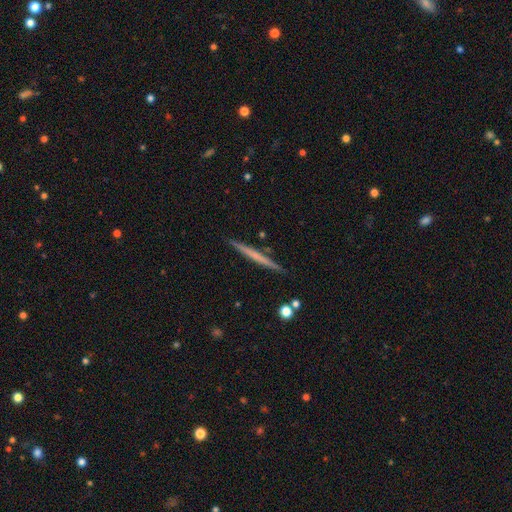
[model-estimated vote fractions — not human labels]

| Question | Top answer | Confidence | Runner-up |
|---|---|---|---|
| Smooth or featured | featured or disk | 49% | smooth (45%) |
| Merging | none | 90% | minor disturbance (7%) |